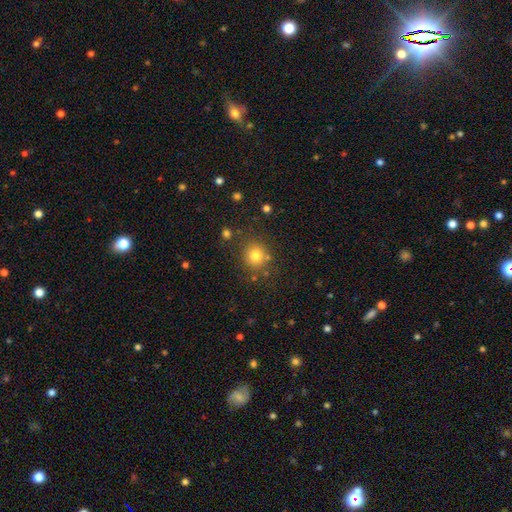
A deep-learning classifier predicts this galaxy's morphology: This appears to be a smooth galaxy with no disk features (79%) that is round (89%). Merging: none (80%).